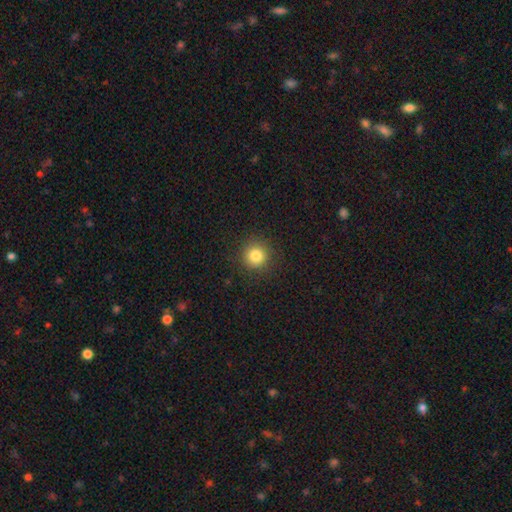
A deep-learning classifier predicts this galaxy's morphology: type=smooth (83%); roundness=round (94%); merging=none (90%).